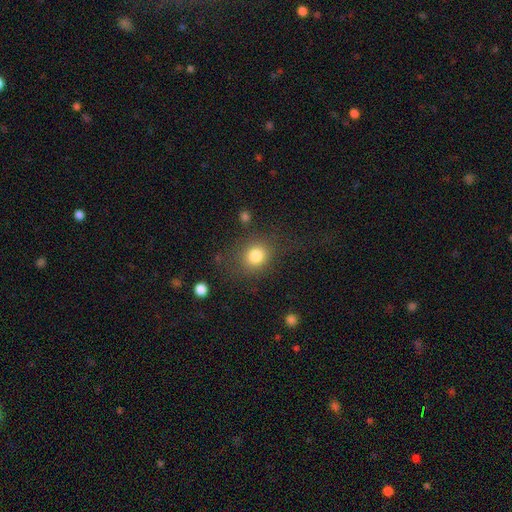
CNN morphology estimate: Overall: smooth (82%). How rounded: round (76%). Merging: none (74%).